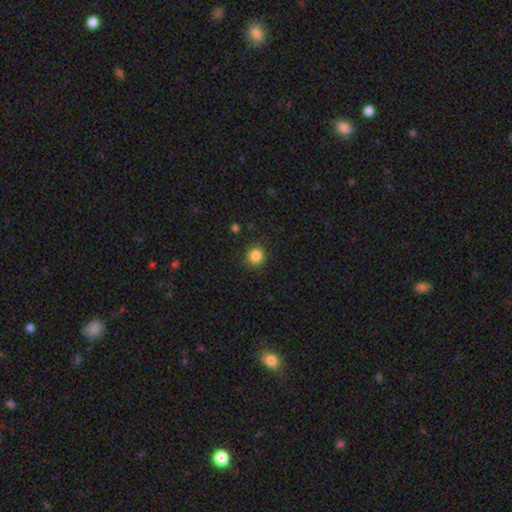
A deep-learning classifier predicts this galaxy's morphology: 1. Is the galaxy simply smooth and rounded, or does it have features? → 85% smooth, 11% star or artifact, 4% featured or disk.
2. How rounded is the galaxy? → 89% round, 10% in between, 1% cigar-shaped.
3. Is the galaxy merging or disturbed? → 91% none, 6% minor disturbance, 2% major disturbance, 1% merger.